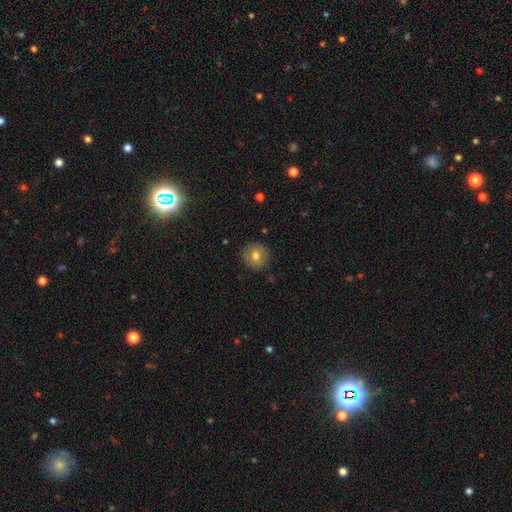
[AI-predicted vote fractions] smooth_or_featured: smooth (p=0.72) [alt: featured or disk p=0.19]
how_rounded: round (p=0.91) [alt: in between p=0.08]
merging: none (p=0.87) [alt: minor disturbance p=0.10]